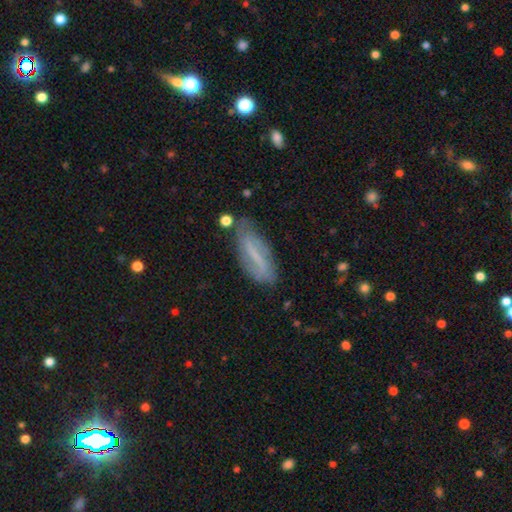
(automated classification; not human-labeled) Smooth or featured? featured or disk (50%)
Edge-on disk? no (75%)
Merging? none (70%)